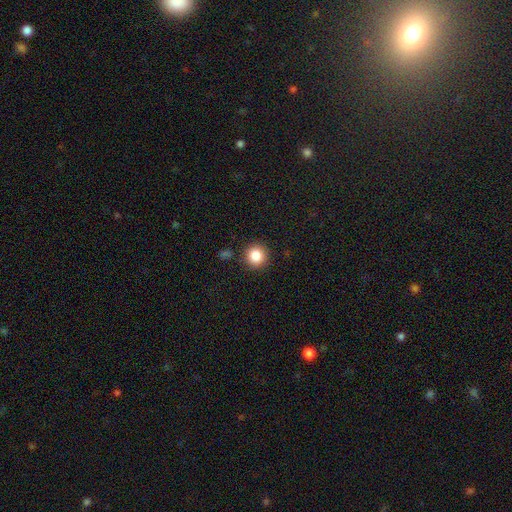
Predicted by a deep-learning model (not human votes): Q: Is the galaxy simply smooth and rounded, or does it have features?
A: smooth — 85%.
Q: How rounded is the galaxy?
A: round — 94%.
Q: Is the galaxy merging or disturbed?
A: none — 89%.